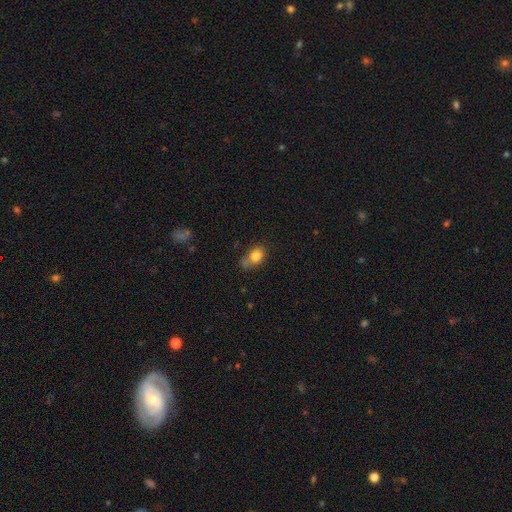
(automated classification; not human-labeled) smooth-or-featured: smooth: 80% | star or artifact: 10% | featured or disk: 9%
  how-rounded: in between: 56% | round: 42% | cigar-shaped: 2%
  merging: none: 47% | minor disturbance: 28% | merger: 14% | major disturbance: 11%